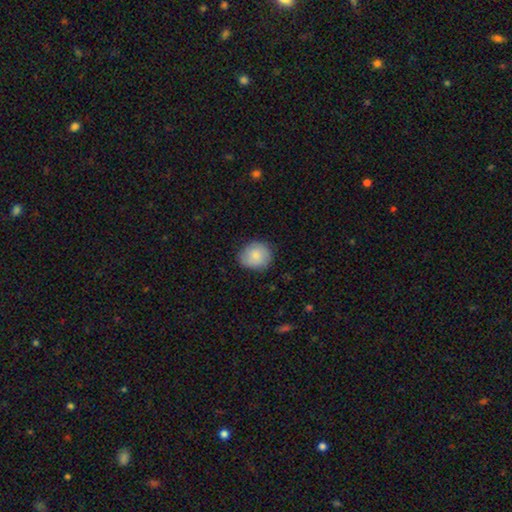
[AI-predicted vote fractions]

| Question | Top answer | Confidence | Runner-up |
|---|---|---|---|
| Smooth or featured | smooth | 82% | featured or disk (11%) |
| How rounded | round | 74% | in between (25%) |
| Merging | none | 80% | minor disturbance (15%) |